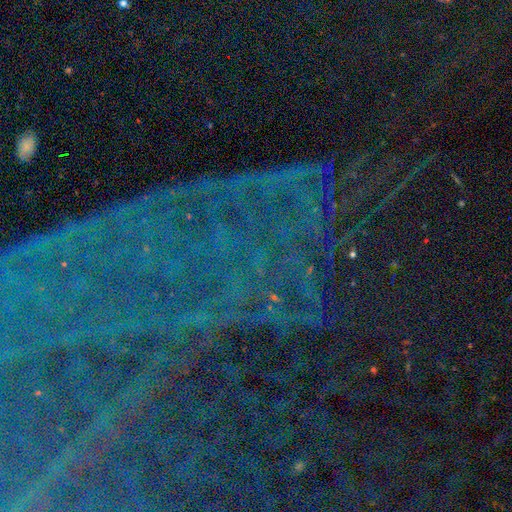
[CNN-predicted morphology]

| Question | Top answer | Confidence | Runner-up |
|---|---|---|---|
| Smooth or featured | star or artifact | 86% | featured or disk (7%) |